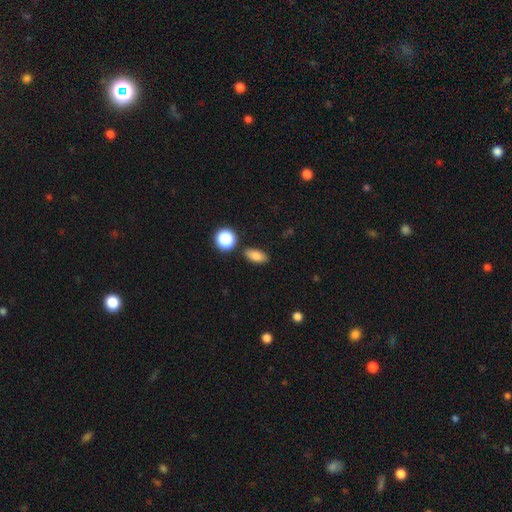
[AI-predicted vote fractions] Smooth or featured? Predicted: smooth (p=0.81). How rounded? Predicted: in between (p=0.84). Merging? Predicted: none (p=0.85).